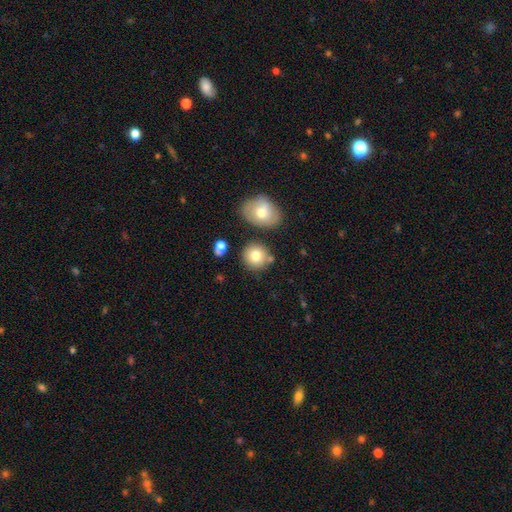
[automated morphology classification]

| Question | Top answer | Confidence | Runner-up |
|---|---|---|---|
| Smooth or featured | smooth | 78% | featured or disk (13%) |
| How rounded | round | 86% | in between (13%) |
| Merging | none | 74% | merger (12%) |